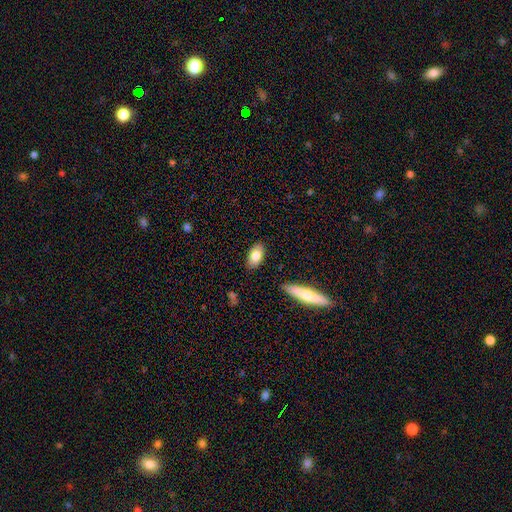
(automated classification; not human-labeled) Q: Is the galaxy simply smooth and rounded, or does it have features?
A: smooth — 79%.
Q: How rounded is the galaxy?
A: in between — 91%.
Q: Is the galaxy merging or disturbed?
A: none — 86%.